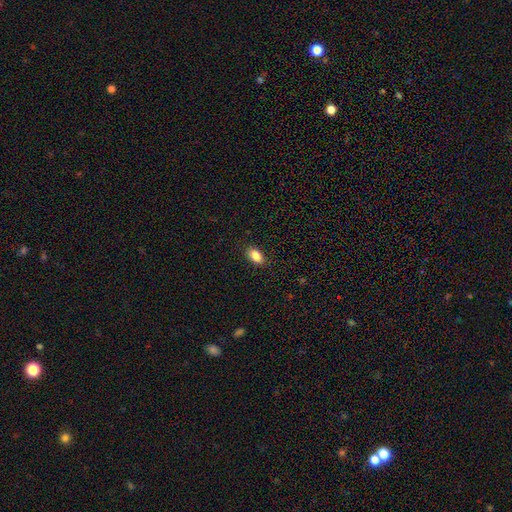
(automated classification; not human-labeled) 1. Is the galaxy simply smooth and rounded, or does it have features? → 87% smooth, 8% star or artifact, 5% featured or disk.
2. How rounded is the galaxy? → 90% in between, 7% round, 2% cigar-shaped.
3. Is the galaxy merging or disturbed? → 87% none, 9% minor disturbance, 2% major disturbance, 1% merger.